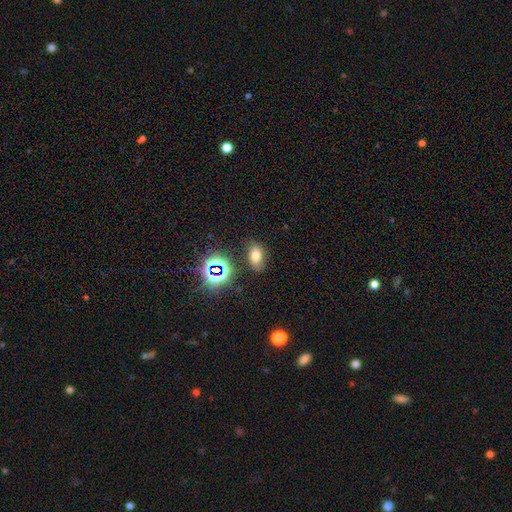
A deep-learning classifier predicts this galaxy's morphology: Smooth or featured: smooth — 65% (star or artifact — 24%)
How rounded: in between — 85% (round — 13%)
Merging: none — 80% (minor disturbance — 13%)